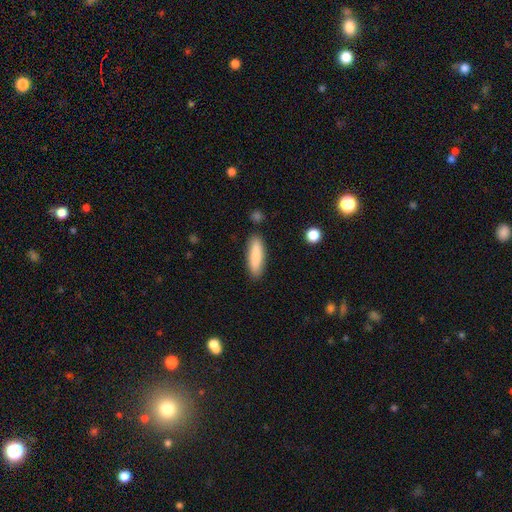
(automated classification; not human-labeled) This is clearly a smooth galaxy (85%). How rounded: likely cigar-shaped (64%). Merging: clearly none (87%).